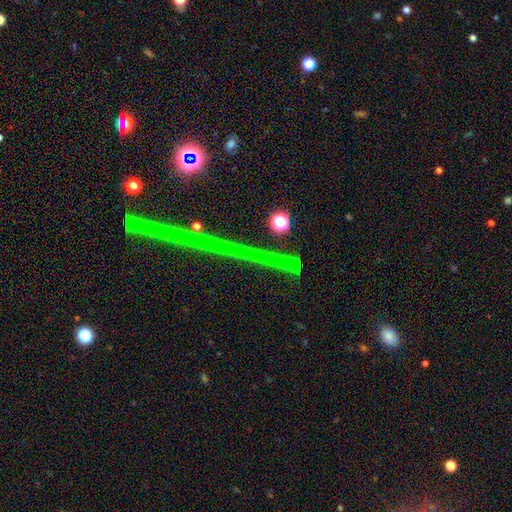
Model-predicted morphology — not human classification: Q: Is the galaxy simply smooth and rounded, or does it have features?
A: star or artifact — 77%.